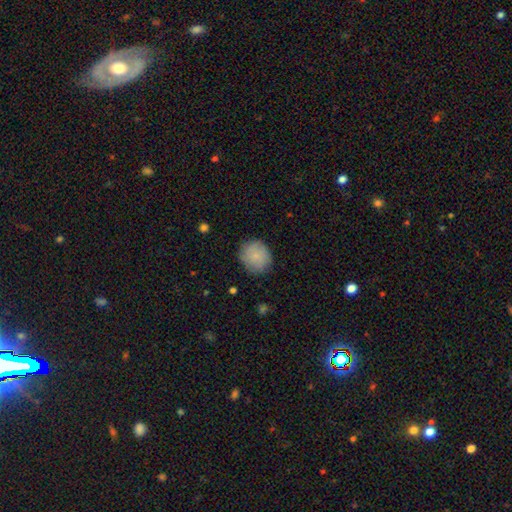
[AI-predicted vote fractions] This is clearly a smooth galaxy (84%). How rounded: clearly round (85%). Merging: clearly none (83%).